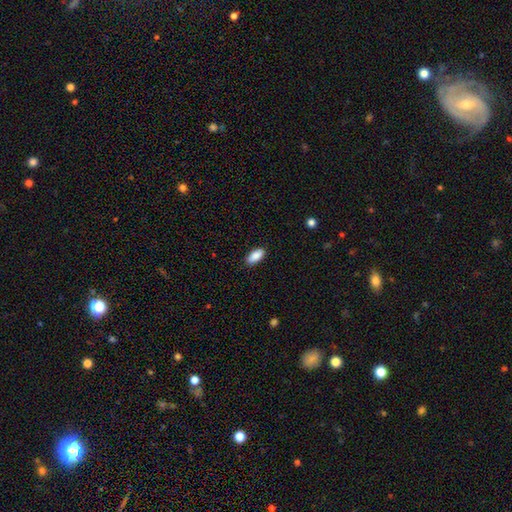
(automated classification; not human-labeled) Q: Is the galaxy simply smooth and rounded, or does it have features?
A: smooth — 89%.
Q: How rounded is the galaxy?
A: in between — 88%.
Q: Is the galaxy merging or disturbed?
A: none — 88%.